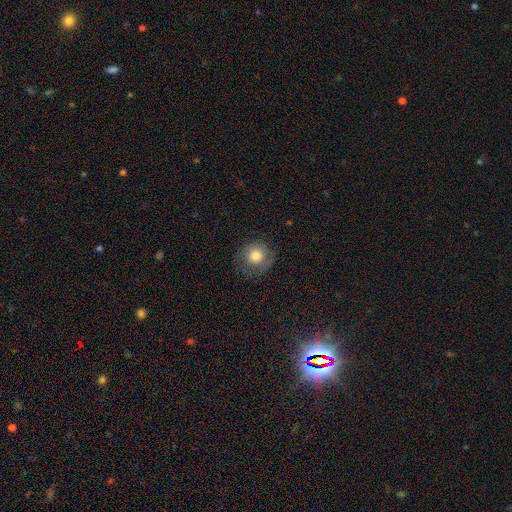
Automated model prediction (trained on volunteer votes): Q: Smooth or featured?
A: smooth (76%); runner-up: featured or disk (15%)
Q: How rounded?
A: round (88%); runner-up: in between (11%)
Q: Merging?
A: none (73%); runner-up: minor disturbance (17%)